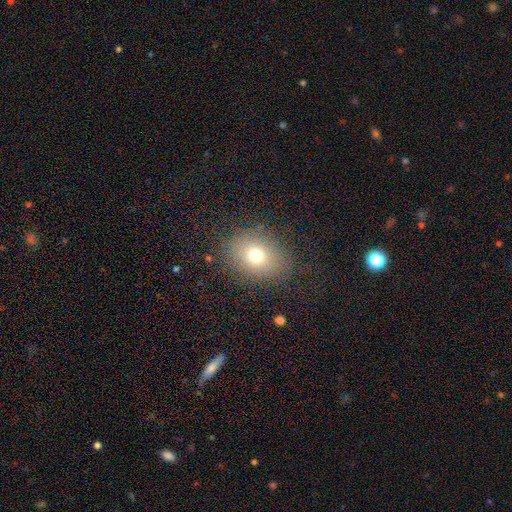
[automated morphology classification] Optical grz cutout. It shows a smooth galaxy with no disk features (72%) that is in between round and cigar-shaped (51%). Merging: none (84%).